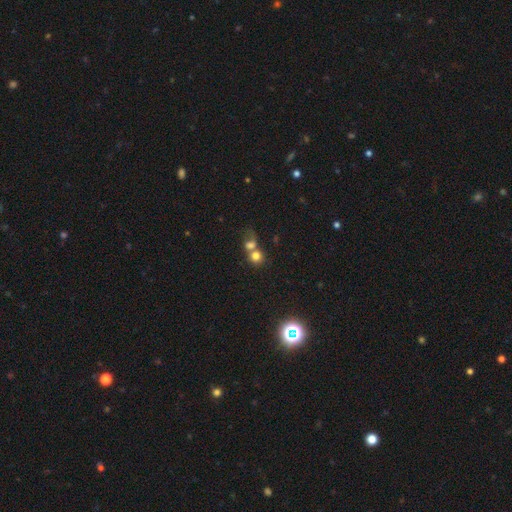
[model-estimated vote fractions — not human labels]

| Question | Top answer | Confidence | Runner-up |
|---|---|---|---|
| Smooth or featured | smooth | 73% | star or artifact (15%) |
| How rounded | round | 80% | in between (18%) |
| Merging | merger | 57% | none (30%) |